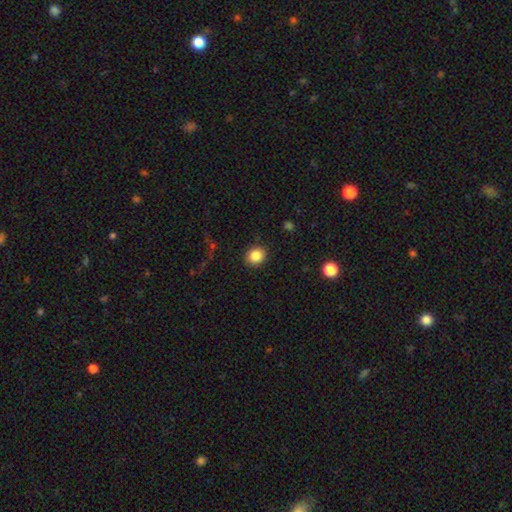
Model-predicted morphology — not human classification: This appears to be a smooth galaxy with no disk features (85%) that is round (74%). Merging: none (90%).